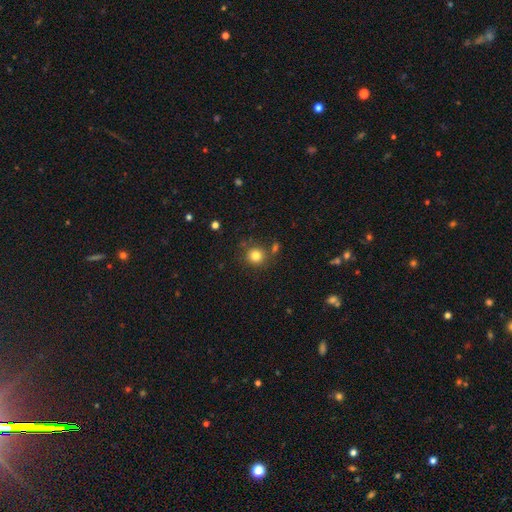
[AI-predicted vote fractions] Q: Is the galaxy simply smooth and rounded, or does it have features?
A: smooth — 81%.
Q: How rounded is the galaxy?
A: round — 91%.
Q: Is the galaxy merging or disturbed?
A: none — 78%.